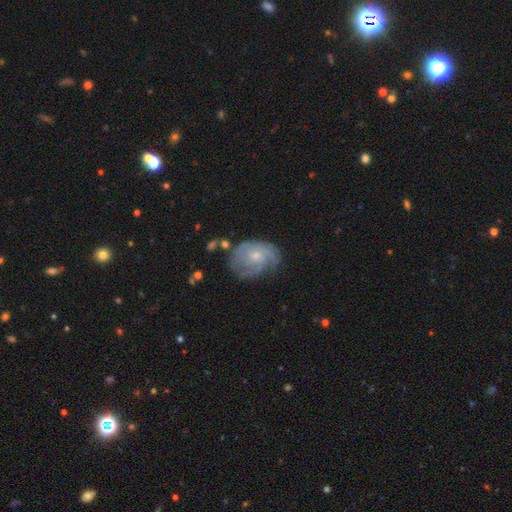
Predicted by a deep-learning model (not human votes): smooth_or_featured: featured or disk (p=0.74) [alt: smooth p=0.19]
disk_edge_on: no (p=0.97) [alt: yes p=0.03]
bar: no (p=0.75) [alt: weak p=0.22]
has_spiral_arms: yes (p=0.90) [alt: no p=0.10]
spiral_winding: tight (p=0.53) [alt: medium p=0.34]
spiral_arm_count: can't tell (p=0.36) [alt: 3 p=0.24]
bulge_size: small (p=0.63) [alt: moderate p=0.32]
merging: none (p=0.61) [alt: minor disturbance p=0.25]